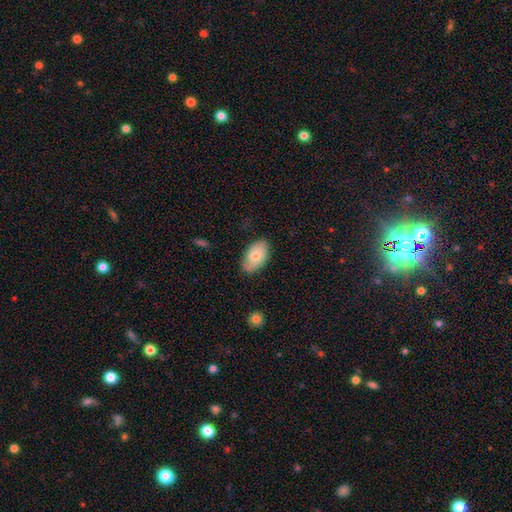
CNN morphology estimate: This is likely a smooth galaxy (72%). How rounded: clearly in between (94%). Merging: likely none (73%).